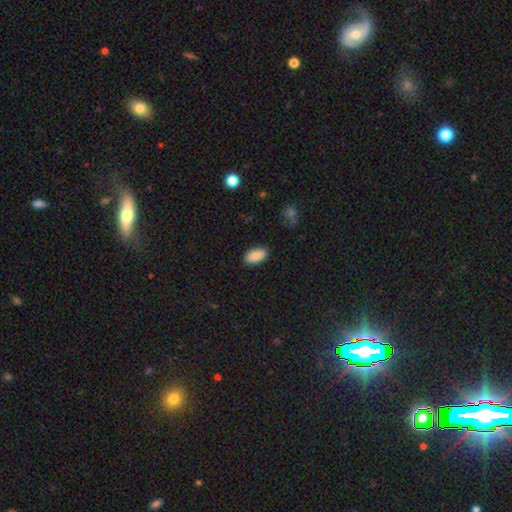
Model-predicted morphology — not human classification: smooth 85%, featured or disk 8%, star or artifact 7%. Down the decision tree: how rounded — in between (94%); merging — none (86%).